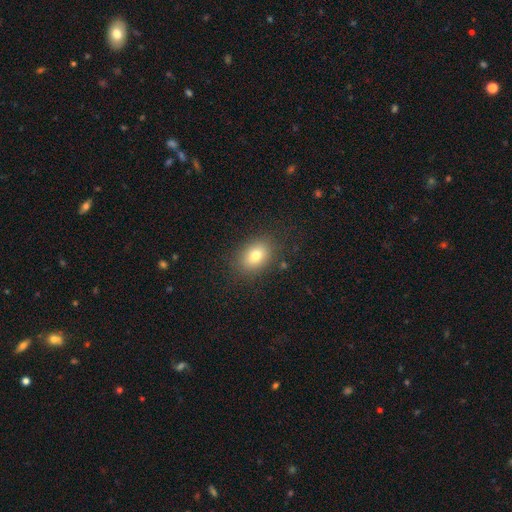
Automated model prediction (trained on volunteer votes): Smooth or featured? Predicted: smooth (p=0.77). How rounded? Predicted: in between (p=0.71). Merging? Predicted: none (p=0.85).